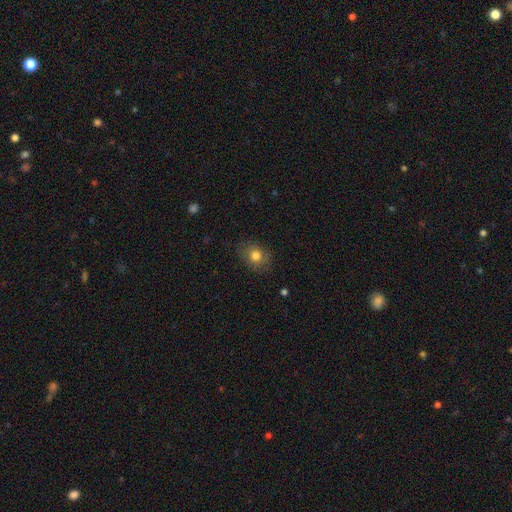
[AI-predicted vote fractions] Smooth or featured? Predicted: smooth (p=0.78). How rounded? Predicted: round (p=0.53). Merging? Predicted: none (p=0.80).